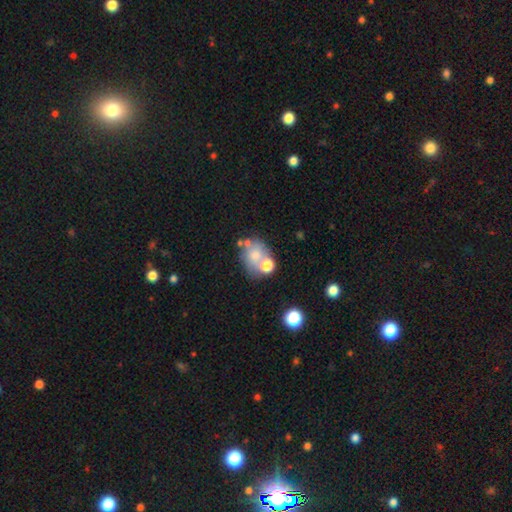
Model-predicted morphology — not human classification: Smooth or featured? smooth (61%)
How rounded? in between (51%)
Merging? none (44%)